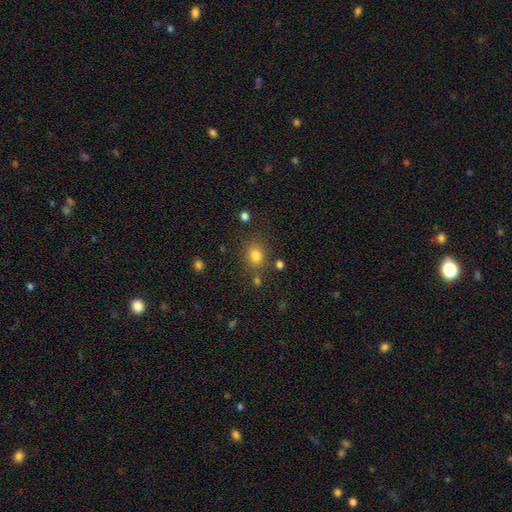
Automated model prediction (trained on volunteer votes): Morphology: type=smooth (80%); roundness=round (69%); merging=none (78%).